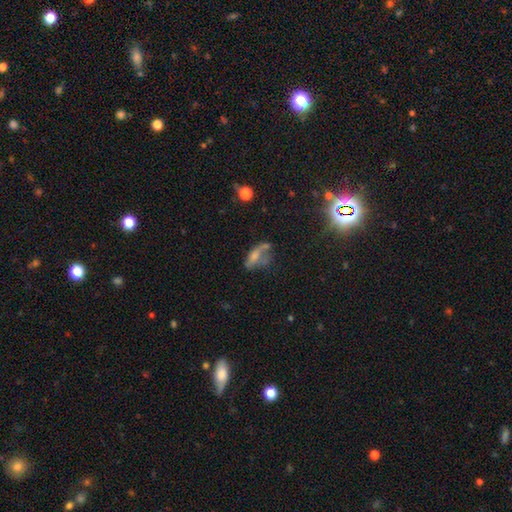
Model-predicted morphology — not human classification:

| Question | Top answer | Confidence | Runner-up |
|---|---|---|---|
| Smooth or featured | smooth | 49% | featured or disk (36%) |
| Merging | major disturbance | 34% | none (29%) |